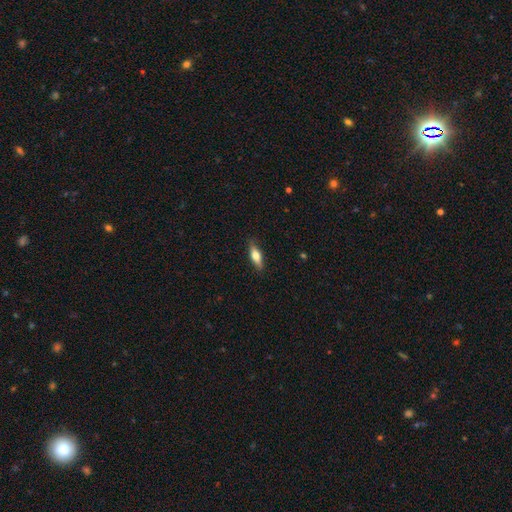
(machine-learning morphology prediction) A smooth galaxy with no disk features (63%) that is in between round and cigar-shaped (55%). Merging: none (86%).